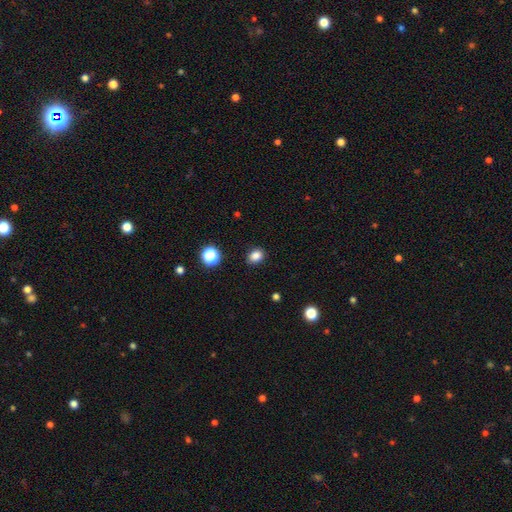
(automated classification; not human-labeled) A smooth galaxy with no disk features (84%) that is in between round and cigar-shaped (55%).

Vote fractions:
- Smooth or featured? smooth: 84% / star or artifact: 12% / featured or disk: 4%
- How rounded? in between: 55% / round: 44% / cigar-shaped: 1%
- Merging? none: 88% / minor disturbance: 9% / major disturbance: 2% / merger: 1%